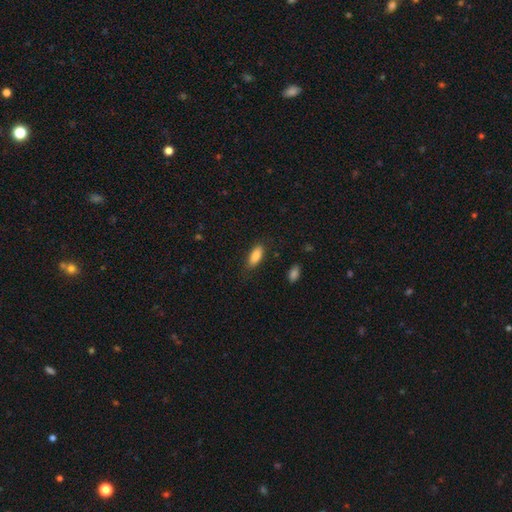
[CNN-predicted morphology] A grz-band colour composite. It shows a smooth galaxy with no disk features (85%) that is in between round and cigar-shaped (75%). Merging: none (81%).